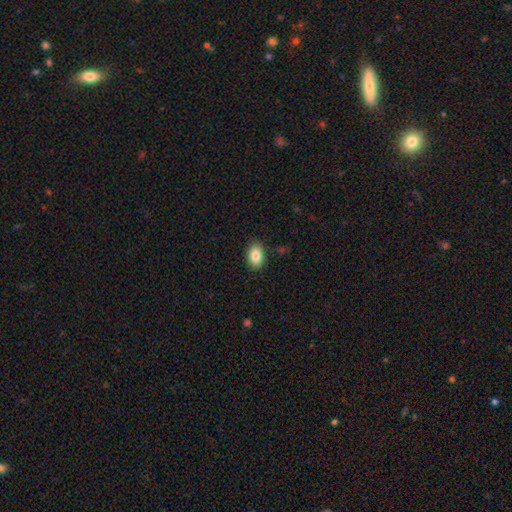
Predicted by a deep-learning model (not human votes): Smooth or featured? smooth (85%)
How rounded? in between (87%)
Merging? none (87%)